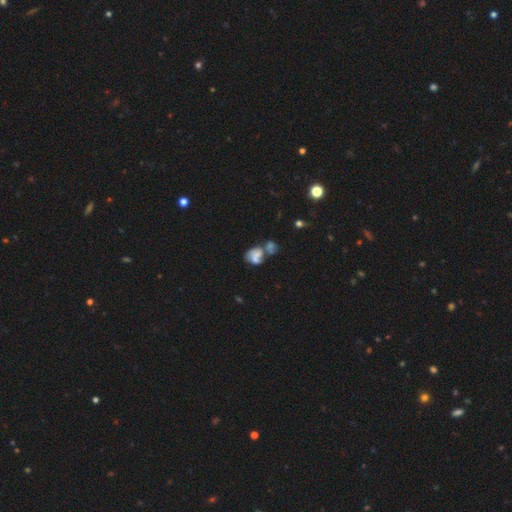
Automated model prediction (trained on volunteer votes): Overall: smooth (50%; featured or disk 37%). Merging: merger (60%).